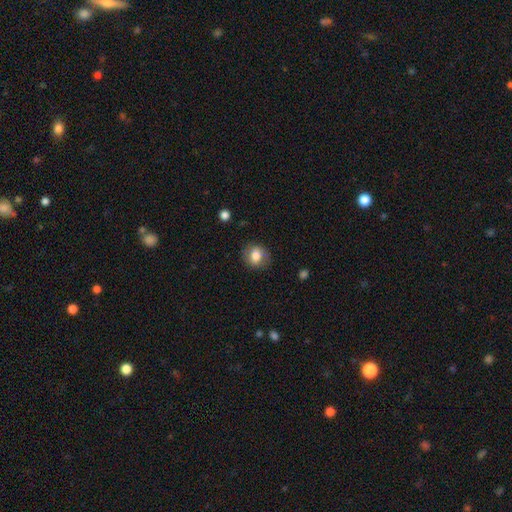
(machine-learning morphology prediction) A smooth galaxy with no disk features (78%) that is round (61%).

Vote fractions:
- Smooth or featured? smooth: 78% / featured or disk: 14% / star or artifact: 9%
- How rounded? round: 61% / in between: 38% / cigar-shaped: 1%
- Merging? none: 79% / minor disturbance: 15% / major disturbance: 5% / merger: 1%